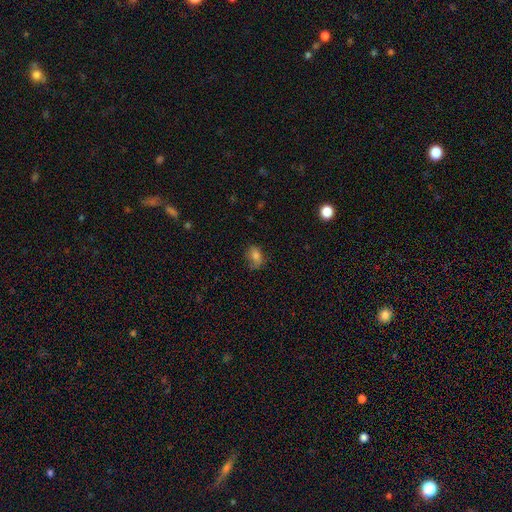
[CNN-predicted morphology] smooth-or-featured: smooth: 79% | star or artifact: 11% | featured or disk: 10%
  how-rounded: in between: 76% | round: 22% | cigar-shaped: 2%
  merging: none: 64% | minor disturbance: 27% | major disturbance: 8% | merger: 2%